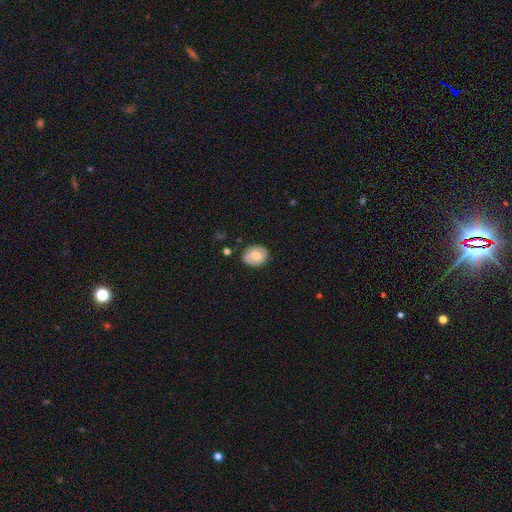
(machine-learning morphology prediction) This is possibly a smooth galaxy (55%). How rounded: possibly round (53%). Merging: clearly none (84%).